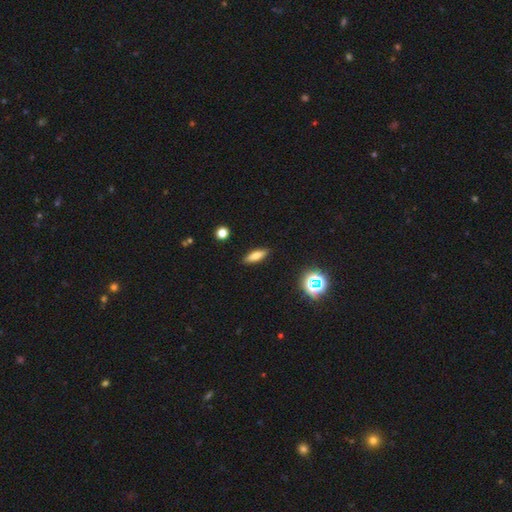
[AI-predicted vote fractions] Smooth or featured? Predicted: smooth (p=0.64). How rounded? Predicted: cigar-shaped (p=0.52). Merging? Predicted: none (p=0.89).